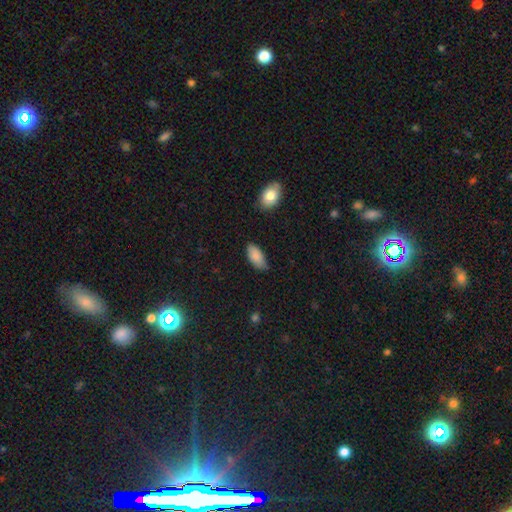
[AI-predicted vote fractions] Morphology: type=smooth (86%); roundness=in between (91%); merging=none (67%).